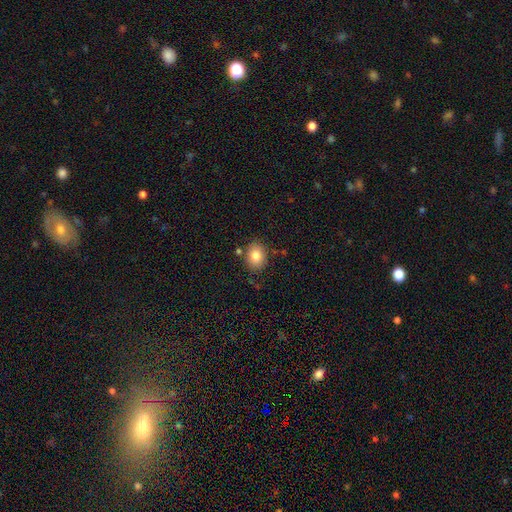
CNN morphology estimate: The model was most divided on "how rounded": in between: 56%, round: 43%, cigar-shaped: 1%. More confident: smooth or featured — smooth (83%); merging — none (80%).